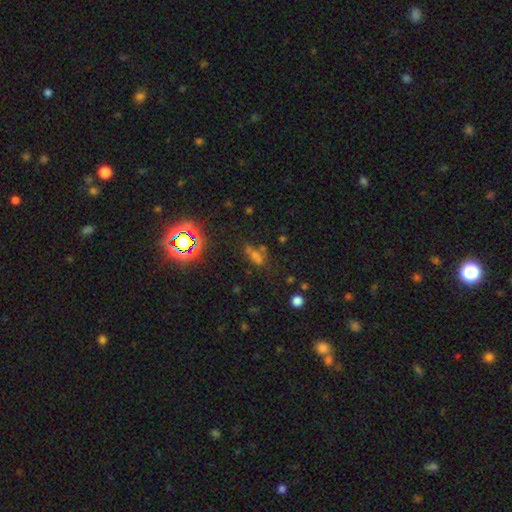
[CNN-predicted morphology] This appears to be a star or artifact, not a galaxy (49%).